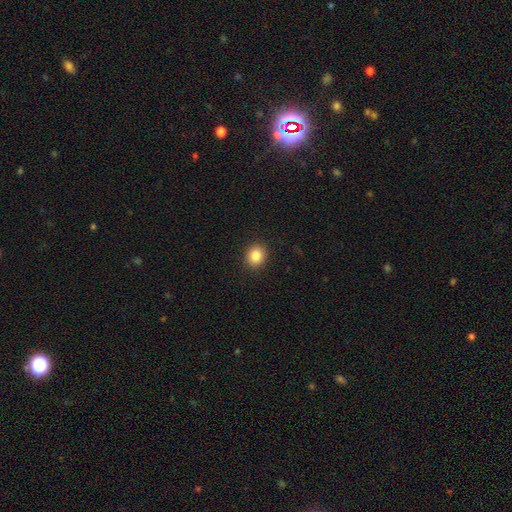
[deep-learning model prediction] This appears to be a smooth galaxy with no disk features (85%) that is round (75%). Merging: none (91%).